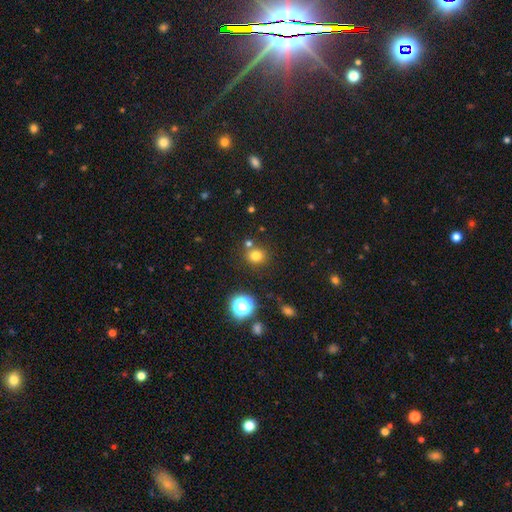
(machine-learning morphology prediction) Overall: smooth (75%). How rounded: round (85%). Merging: none (76%).